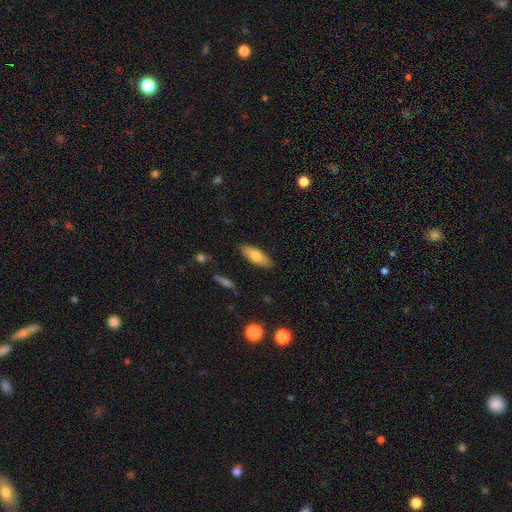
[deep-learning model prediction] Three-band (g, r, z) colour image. It shows a smooth galaxy with no disk features (72%) that is in between round and cigar-shaped (70%). Merging: none (87%).